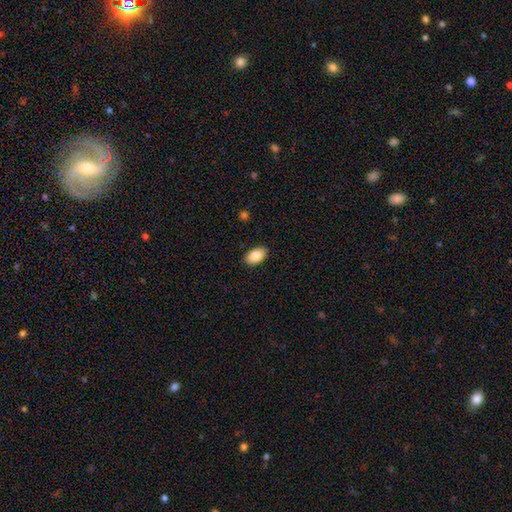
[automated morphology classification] smooth_or_featured: smooth (p=0.85) [alt: featured or disk p=0.08]
how_rounded: in between (p=0.93) [alt: round p=0.06]
merging: none (p=0.89) [alt: minor disturbance p=0.08]